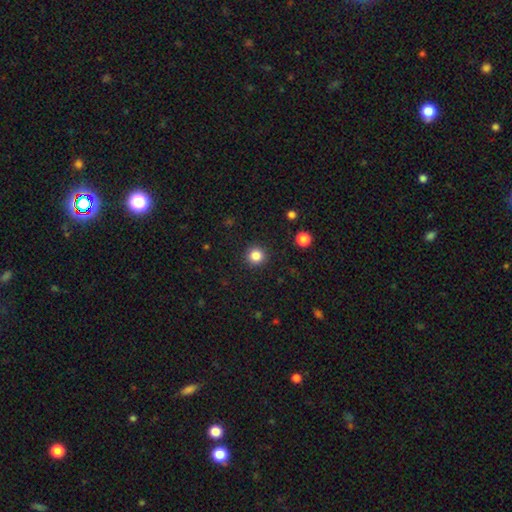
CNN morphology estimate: Smooth or featured: smooth — 84% (star or artifact — 11%)
How rounded: round — 95% (in between — 5%)
Merging: none — 92% (minor disturbance — 5%)